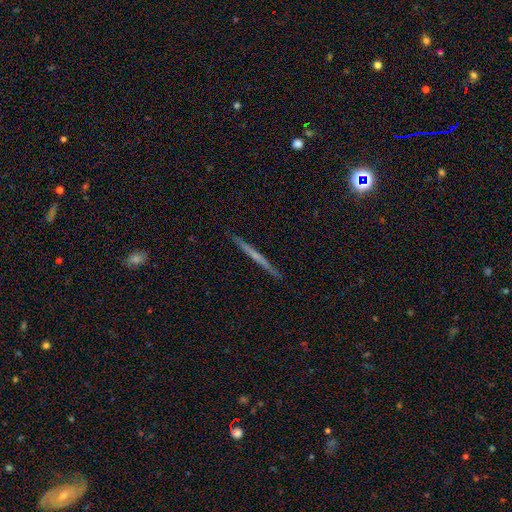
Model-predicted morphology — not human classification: A featured or disk galaxy (56%) viewed edge-on (97%) with no central bulge (82%).

Vote fractions:
- Smooth or featured? featured or disk: 56% / smooth: 37% / star or artifact: 7%
- Edge-on disk? yes: 97% / no: 3%
- Edge-on bulge? none: 82% / rounded: 14% / boxy: 5%
- Merging? none: 92% / minor disturbance: 6% / major disturbance: 1% / merger: 1%